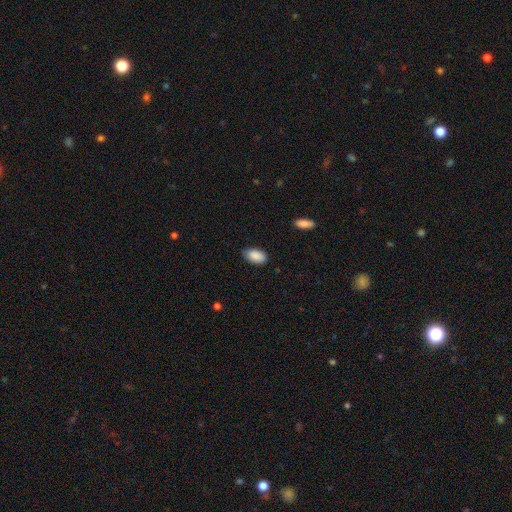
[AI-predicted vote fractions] Smooth or featured? Predicted: smooth (p=0.89). How rounded? Predicted: in between (p=0.94). Merging? Predicted: none (p=0.81).